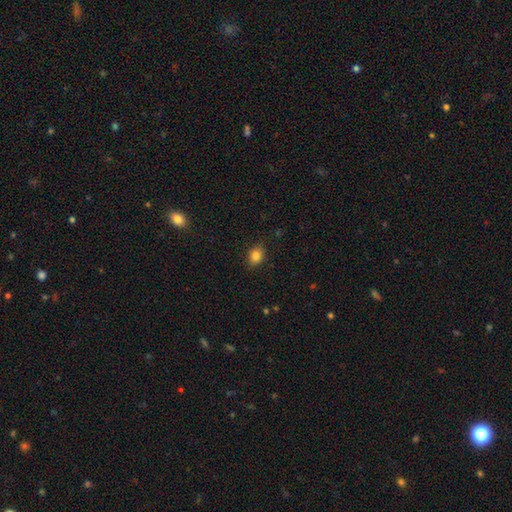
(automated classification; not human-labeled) Smooth or featured?
  - smooth: 84% *
  - star or artifact: 11%
  - featured or disk: 6%
How rounded?
  - in between: 53% *
  - round: 46%
  - cigar-shaped: 1%
Merging?
  - none: 86% *
  - minor disturbance: 10%
  - major disturbance: 2%
  - merger: 1%